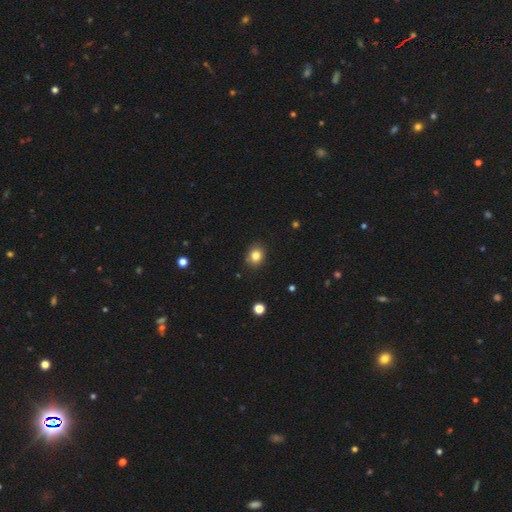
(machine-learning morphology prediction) A smooth galaxy with no disk features (83%) that is round (66%).

Vote fractions:
- Smooth or featured? smooth: 83% / star or artifact: 11% / featured or disk: 6%
- How rounded? round: 66% / in between: 34% / cigar-shaped: 1%
- Merging? none: 87% / minor disturbance: 9% / major disturbance: 2% / merger: 1%